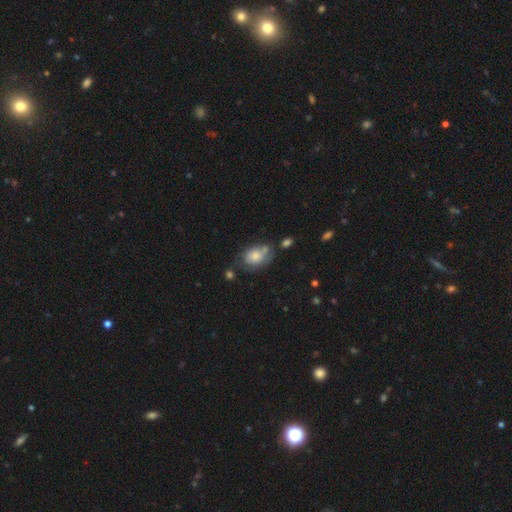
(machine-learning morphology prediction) This appears to be a smooth galaxy with no disk features (70%) that is in between round and cigar-shaped (73%). Merging: none (44%).